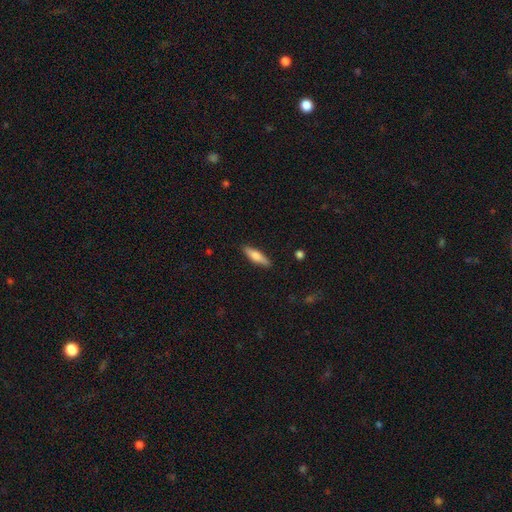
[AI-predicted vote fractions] Overall: smooth (69%). How rounded: cigar-shaped (66%; in between 32%). Merging: none (88%).